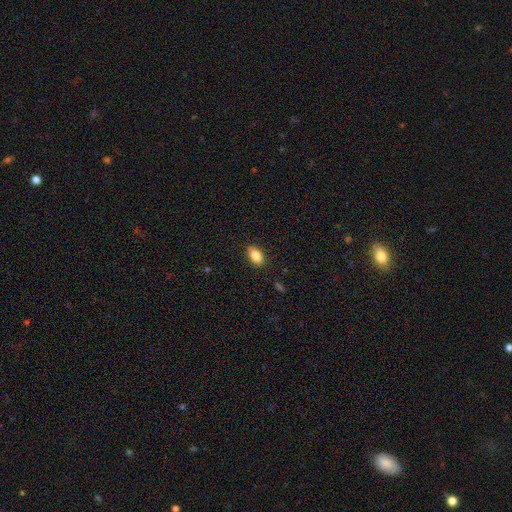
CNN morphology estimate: smooth 83%, featured or disk 9%, star or artifact 8%. Down the decision tree: how rounded — in between (88%); merging — none (86%).